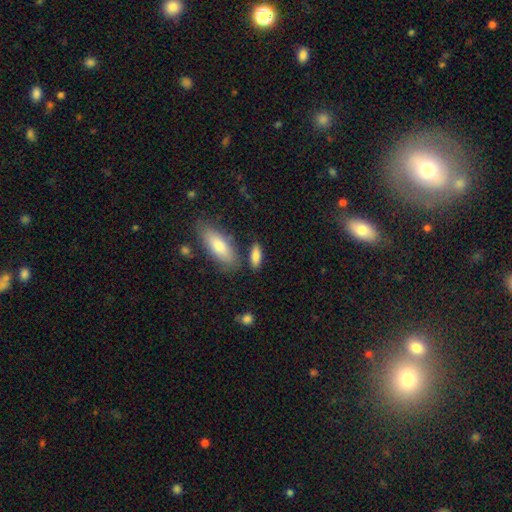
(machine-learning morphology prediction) smooth_or_featured: smooth (p=0.83) [alt: featured or disk p=0.10]
how_rounded: in between (p=0.60) [alt: cigar-shaped p=0.37]
merging: none (p=0.74) [alt: minor disturbance p=0.14]